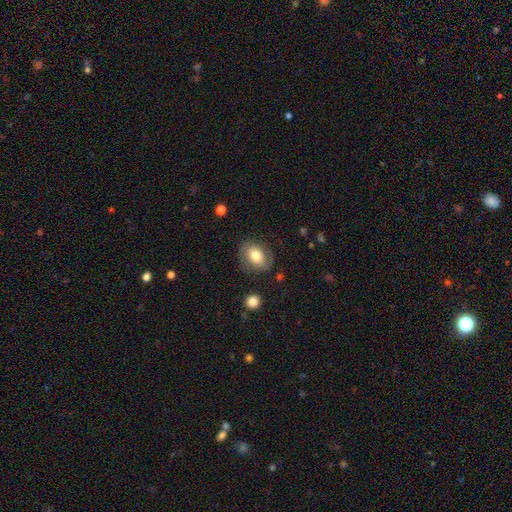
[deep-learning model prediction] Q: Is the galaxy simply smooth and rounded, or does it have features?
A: smooth — 71%.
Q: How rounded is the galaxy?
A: in between — 67%.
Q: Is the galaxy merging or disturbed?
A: none — 77%.